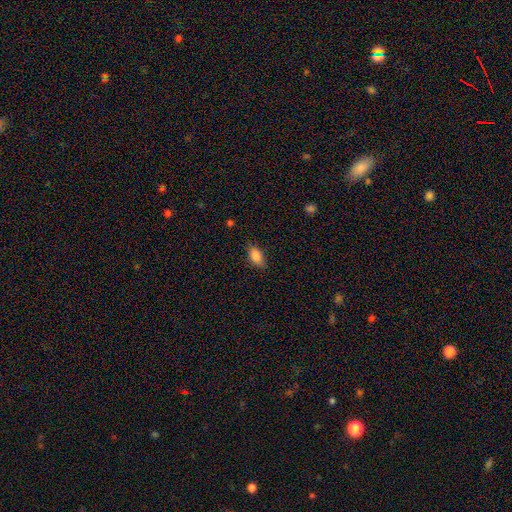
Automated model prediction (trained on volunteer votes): Q: Smooth or featured?
A: smooth (87%); runner-up: star or artifact (8%)
Q: How rounded?
A: in between (89%); runner-up: cigar-shaped (6%)
Q: Merging?
A: none (79%); runner-up: minor disturbance (17%)